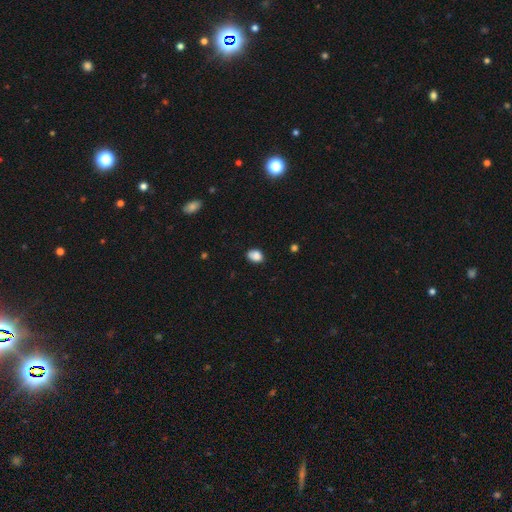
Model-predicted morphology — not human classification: smooth-or-featured: smooth: 84% | star or artifact: 10% | featured or disk: 5%
  how-rounded: in between: 65% | round: 34% | cigar-shaped: 1%
  merging: none: 68% | minor disturbance: 24% | major disturbance: 5% | merger: 3%